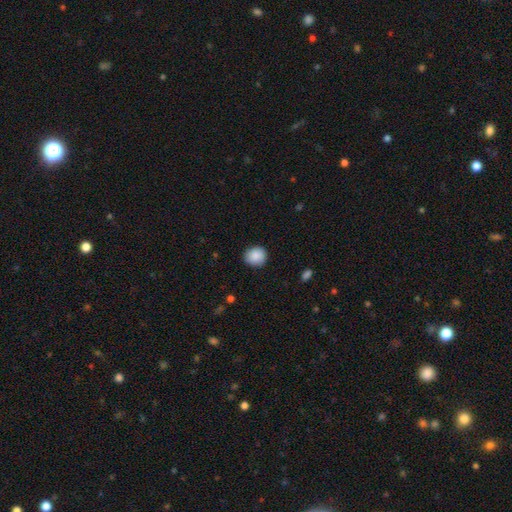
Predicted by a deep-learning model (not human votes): Overall: smooth (89%). How rounded: round (84%). Merging: none (87%).